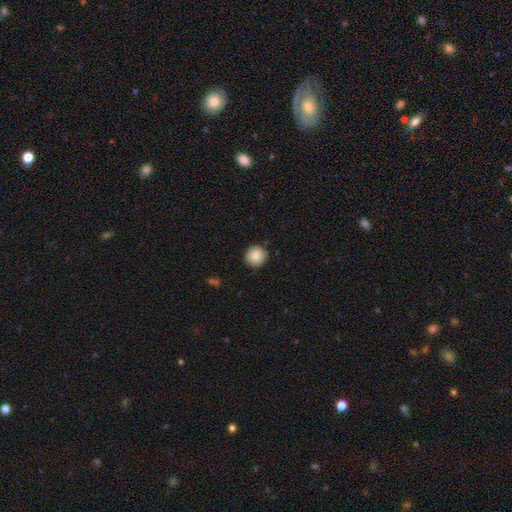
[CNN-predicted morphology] The model was most divided on "smooth or featured": smooth: 87%, star or artifact: 8%, featured or disk: 5%. More confident: how rounded — round (95%); merging — none (90%).